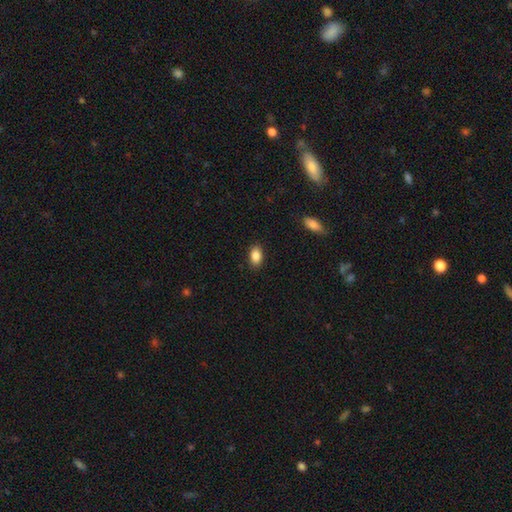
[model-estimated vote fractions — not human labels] Smooth or featured? smooth (88%)
How rounded? in between (90%)
Merging? none (88%)